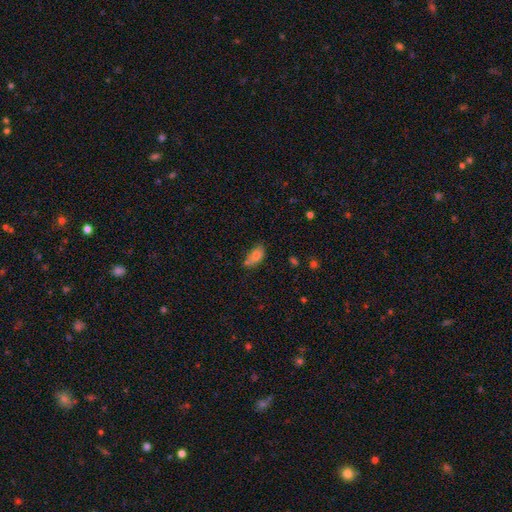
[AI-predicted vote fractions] This appears to be a smooth galaxy with no disk features (78%) that is in between round and cigar-shaped (88%). Merging: none (55%).